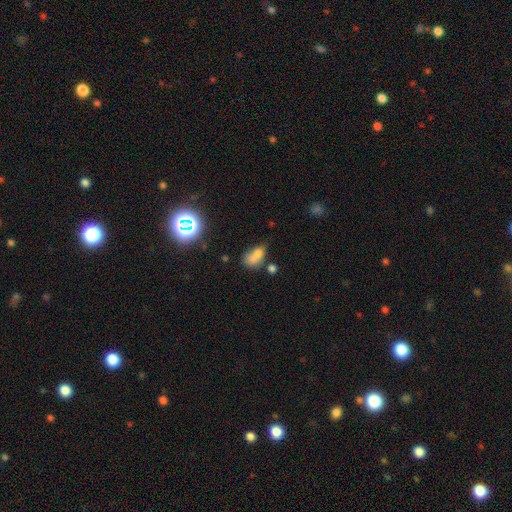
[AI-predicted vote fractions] smooth 71%, star or artifact 16%, featured or disk 13%. Down the decision tree: how rounded — in between (83%); merging — none (36%).